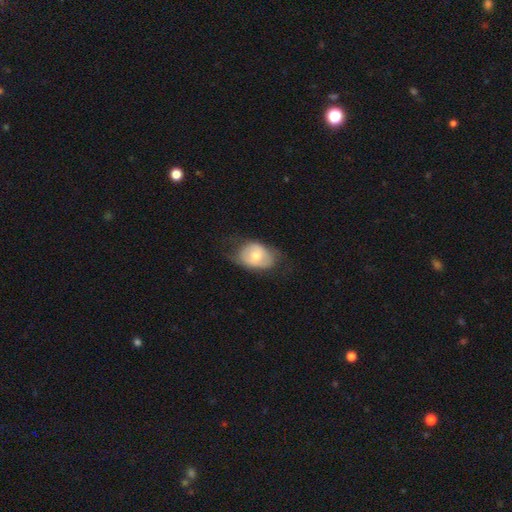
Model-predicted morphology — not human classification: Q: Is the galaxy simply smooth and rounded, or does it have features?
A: smooth — 57%.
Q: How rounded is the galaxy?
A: in between — 76%.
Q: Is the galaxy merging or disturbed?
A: none — 56%.